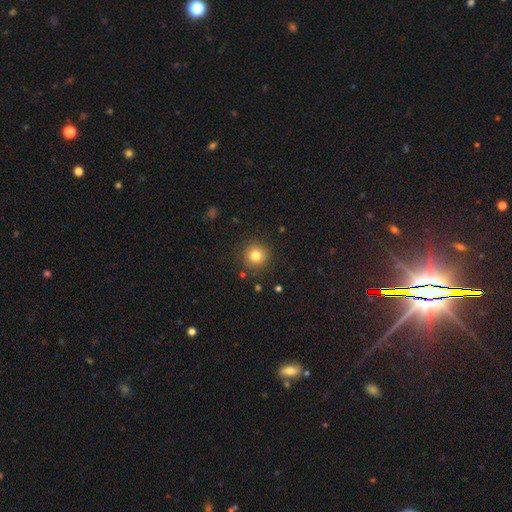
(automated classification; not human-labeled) A smooth galaxy with no disk features (81%) that is round (94%).

Vote fractions:
- Smooth or featured? smooth: 81% / star or artifact: 12% / featured or disk: 7%
- How rounded? round: 94% / in between: 5% / cigar-shaped: 1%
- Merging? none: 88% / minor disturbance: 8% / major disturbance: 3% / merger: 2%